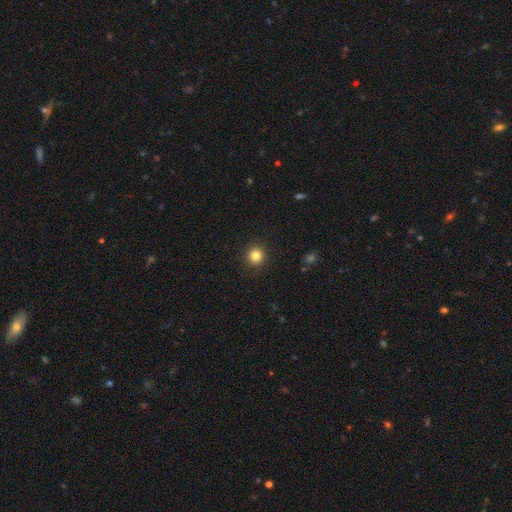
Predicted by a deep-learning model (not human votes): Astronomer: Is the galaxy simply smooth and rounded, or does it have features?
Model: smooth — 84%.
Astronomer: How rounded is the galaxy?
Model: round — 93%.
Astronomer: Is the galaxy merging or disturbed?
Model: none — 92%.